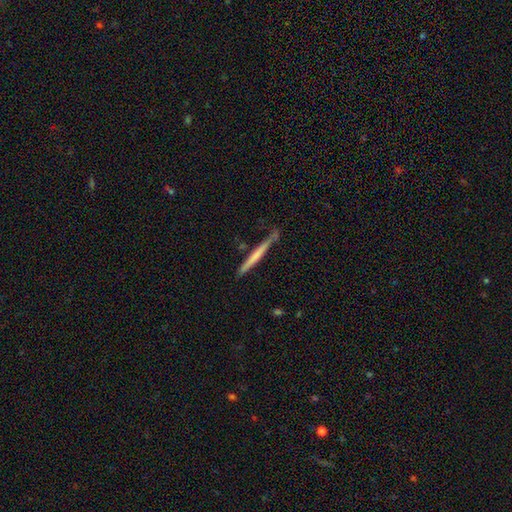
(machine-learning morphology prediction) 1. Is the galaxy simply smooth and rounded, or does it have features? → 50% smooth, 45% featured or disk, 6% star or artifact.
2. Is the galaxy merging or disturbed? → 76% none, 17% minor disturbance, 3% major disturbance, 3% merger.